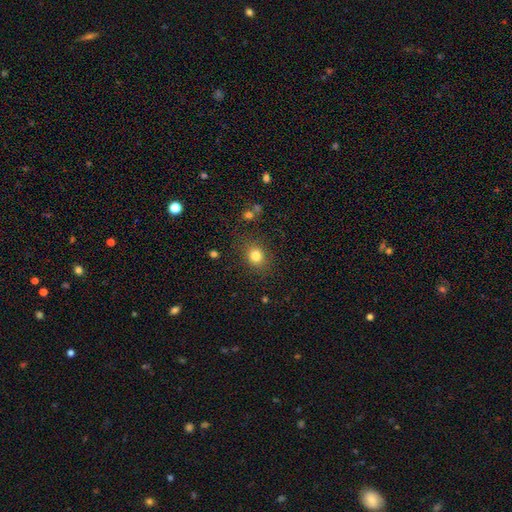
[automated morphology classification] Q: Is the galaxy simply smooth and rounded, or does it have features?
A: smooth — 81%.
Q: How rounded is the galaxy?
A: round — 71%.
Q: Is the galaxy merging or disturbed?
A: none — 83%.